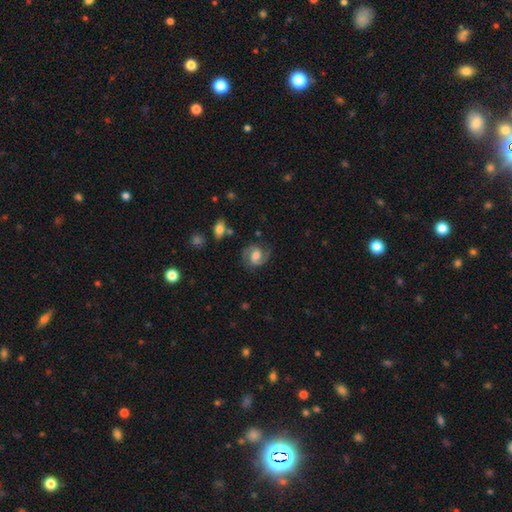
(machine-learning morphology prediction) smooth_or_featured: featured or disk (p=0.85) [alt: smooth p=0.09]
disk_edge_on: no (p=0.98) [alt: yes p=0.02]
bar: weak (p=0.48) [alt: no p=0.36]
has_spiral_arms: yes (p=0.97) [alt: no p=0.03]
spiral_winding: medium (p=0.57) [alt: tight p=0.27]
spiral_arm_count: 2 (p=0.92) [alt: can't tell p=0.03]
bulge_size: moderate (p=0.59) [alt: large p=0.19]
merging: none (p=0.80) [alt: minor disturbance p=0.13]